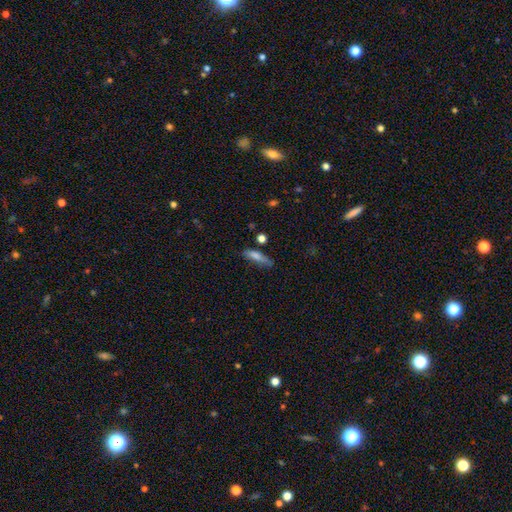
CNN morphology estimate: smooth_or_featured: smooth (p=0.70) [alt: featured or disk p=0.21]
how_rounded: cigar-shaped (p=0.69) [alt: in between p=0.28]
merging: none (p=0.69) [alt: minor disturbance p=0.21]